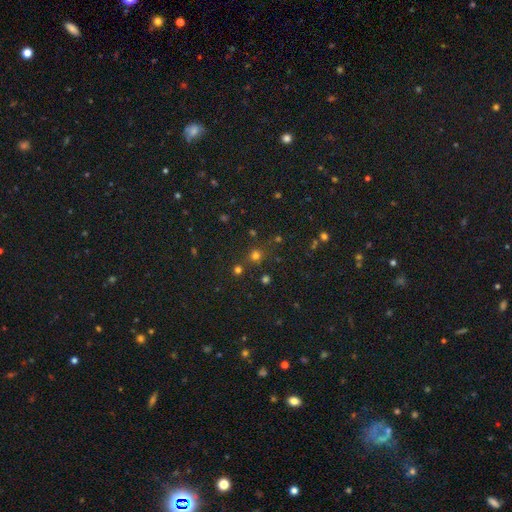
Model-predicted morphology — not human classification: Smooth or featured? Predicted: smooth (p=0.61). How rounded? Predicted: round (p=0.91). Merging? Predicted: none (p=0.82).